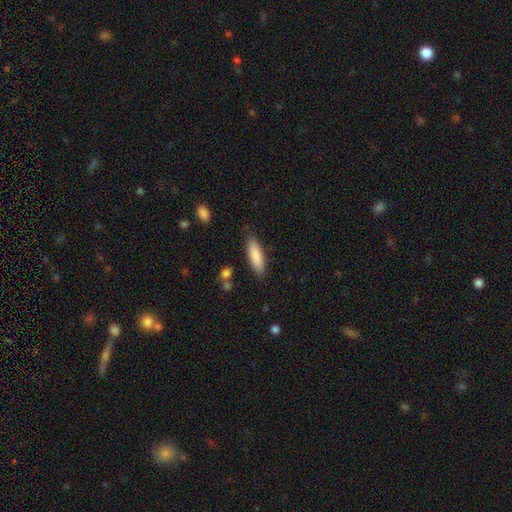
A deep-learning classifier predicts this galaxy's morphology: Overall: smooth (86%). How rounded: cigar-shaped (55%; in between 44%). Merging: none (83%).